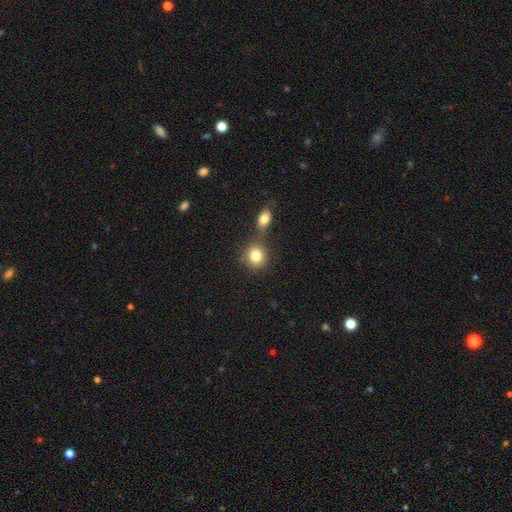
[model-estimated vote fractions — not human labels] Smooth or featured? Predicted: smooth (p=0.81). How rounded? Predicted: round (p=0.82). Merging? Predicted: none (p=0.57).